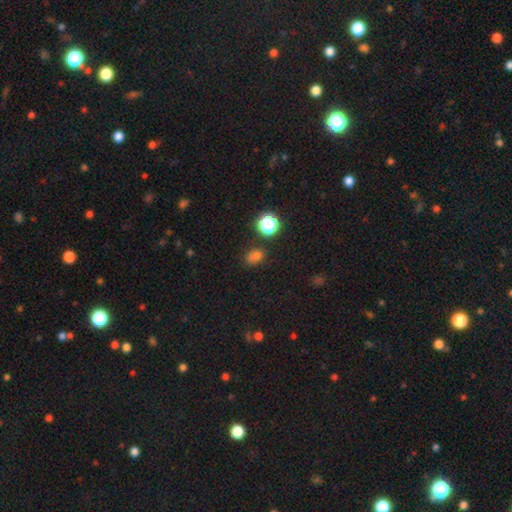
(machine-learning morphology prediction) smooth_or_featured: smooth (p=0.70) [alt: star or artifact p=0.23]
how_rounded: in between (p=0.52) [alt: round p=0.47]
merging: none (p=0.67) [alt: minor disturbance p=0.18]